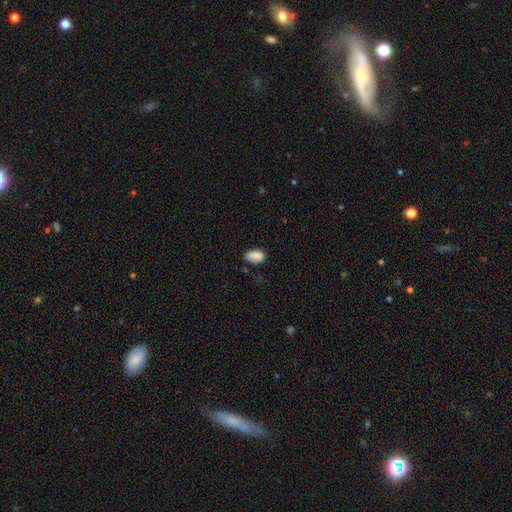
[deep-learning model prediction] Smooth or featured?
  - smooth: 85% *
  - star or artifact: 9%
  - featured or disk: 6%
How rounded?
  - in between: 89% *
  - round: 8%
  - cigar-shaped: 2%
Merging?
  - none: 69% *
  - minor disturbance: 23%
  - major disturbance: 5%
  - merger: 3%